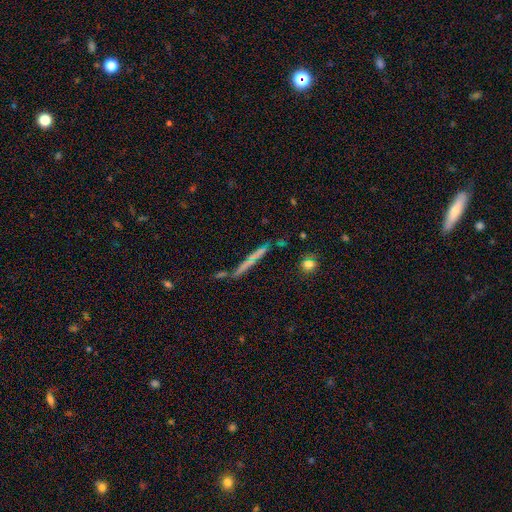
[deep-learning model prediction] smooth_or_featured: featured or disk (p=0.49) [alt: smooth p=0.39]
merging: none (p=0.79) [alt: minor disturbance p=0.12]